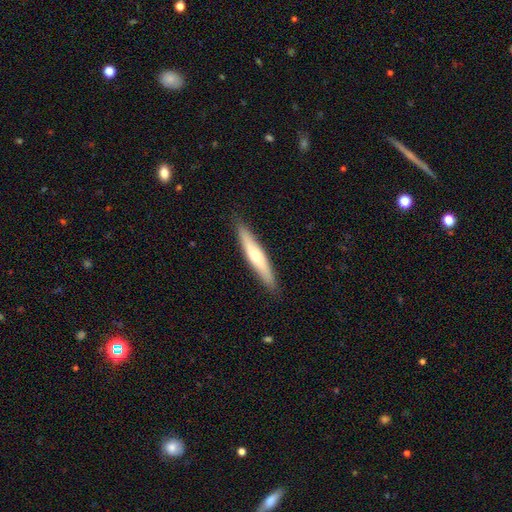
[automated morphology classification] Smooth or featured? Predicted: featured or disk (p=0.48). Merging? Predicted: none (p=0.89).